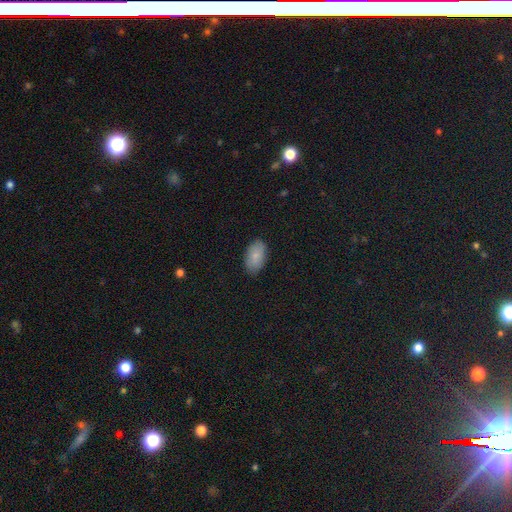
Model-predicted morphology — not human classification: smooth-or-featured: smooth: 84% | featured or disk: 9% | star or artifact: 7%
  how-rounded: in between: 92% | round: 6% | cigar-shaped: 2%
  merging: none: 84% | minor disturbance: 12% | major disturbance: 3% | merger: 1%